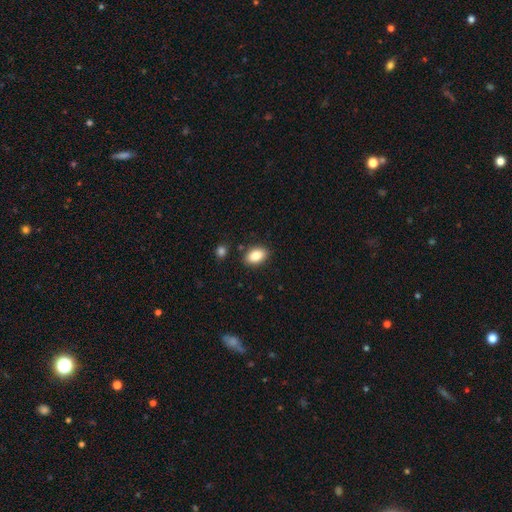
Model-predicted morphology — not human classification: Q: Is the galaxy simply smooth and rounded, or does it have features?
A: smooth — 86%.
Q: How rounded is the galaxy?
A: in between — 88%.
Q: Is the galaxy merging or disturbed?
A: none — 86%.